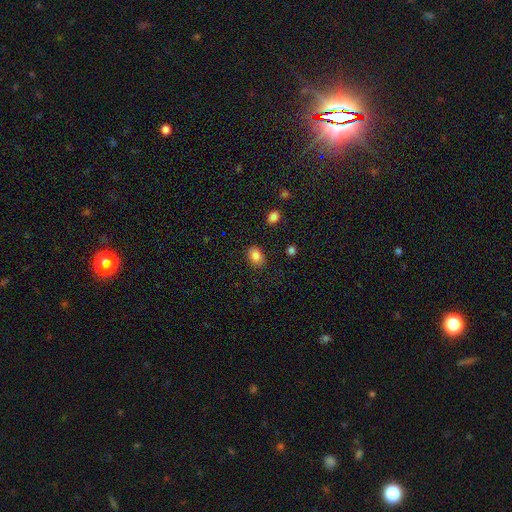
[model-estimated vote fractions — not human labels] smooth_or_featured: smooth (p=0.85) [alt: star or artifact p=0.09]
how_rounded: in between (p=0.73) [alt: round p=0.26]
merging: none (p=0.85) [alt: minor disturbance p=0.10]